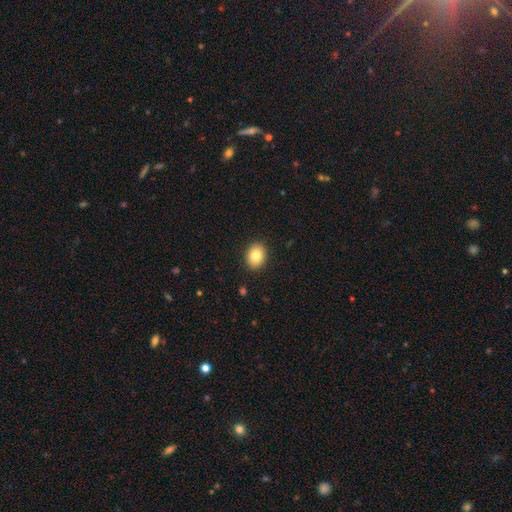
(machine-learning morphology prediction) Q: Smooth or featured?
A: smooth (83%); runner-up: star or artifact (9%)
Q: How rounded?
A: in between (54%); runner-up: round (45%)
Q: Merging?
A: none (91%); runner-up: minor disturbance (7%)